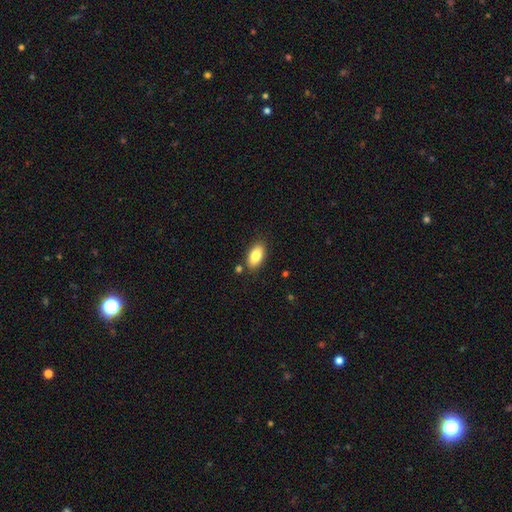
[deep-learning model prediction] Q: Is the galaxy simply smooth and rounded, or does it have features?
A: smooth — 84%.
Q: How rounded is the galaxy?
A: in between — 93%.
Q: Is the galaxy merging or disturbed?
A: none — 83%.